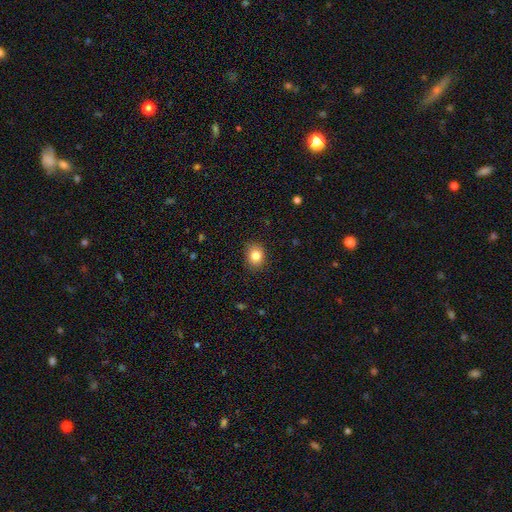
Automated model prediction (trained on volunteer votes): Overall: smooth (83%). How rounded: round (59%; in between 40%). Merging: none (87%).